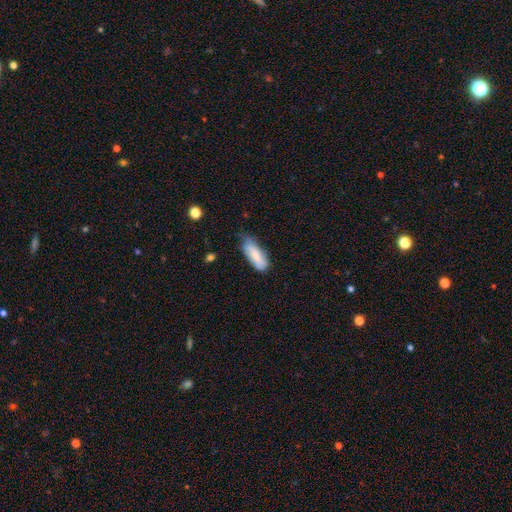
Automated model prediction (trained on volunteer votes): Smooth or featured? Predicted: smooth (p=0.79). How rounded? Predicted: in between (p=0.72). Merging? Predicted: none (p=0.53).